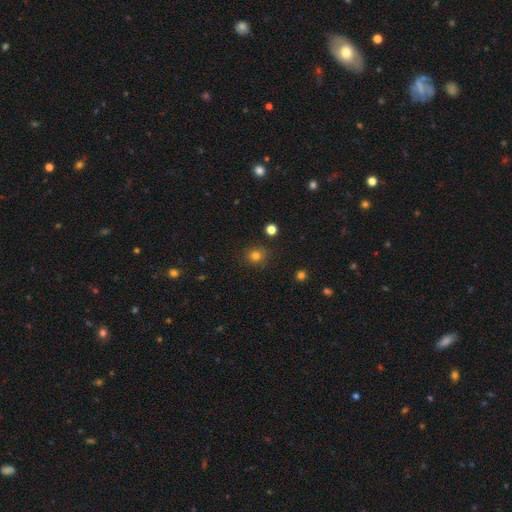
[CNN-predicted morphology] Overall: smooth (79%). How rounded: round (84%). Merging: none (87%).